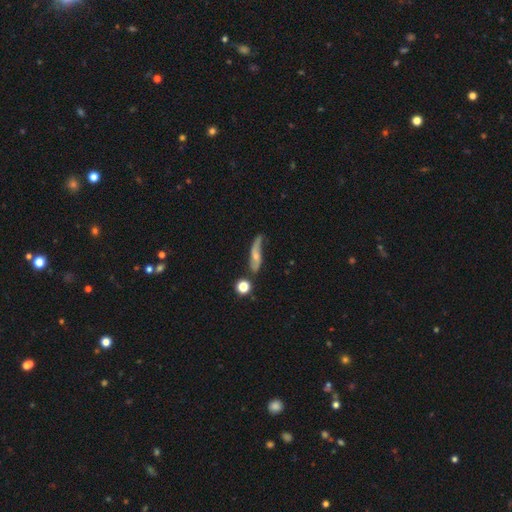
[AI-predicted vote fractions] Smooth or featured? Predicted: featured or disk (p=0.56). Edge-on disk? Predicted: no (p=0.72). Merging? Predicted: none (p=0.50).